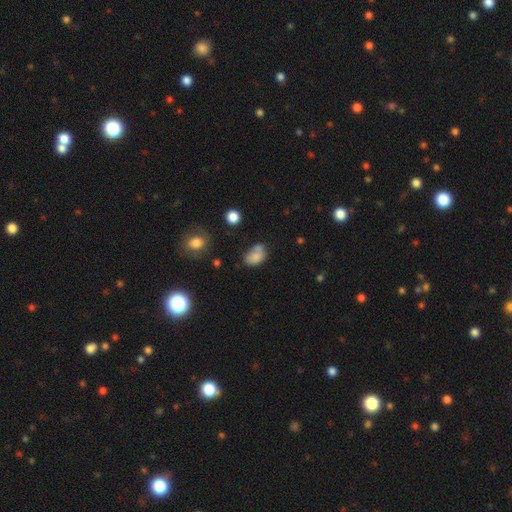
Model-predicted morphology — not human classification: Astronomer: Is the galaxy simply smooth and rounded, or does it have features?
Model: smooth — 77%.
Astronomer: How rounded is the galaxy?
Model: in between — 81%.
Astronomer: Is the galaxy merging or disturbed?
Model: none — 42% (runner-up: minor disturbance, 25%).